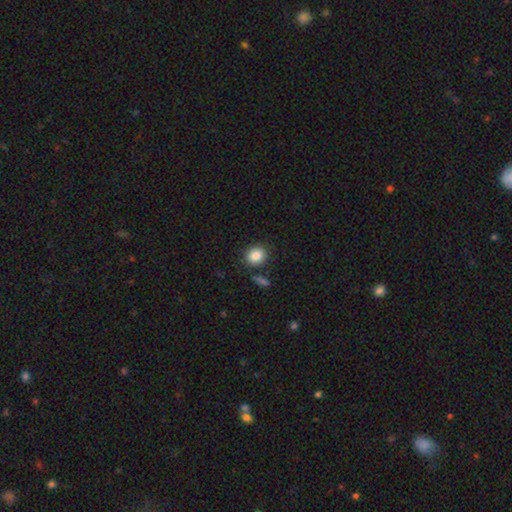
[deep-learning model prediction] This appears to be a smooth galaxy with no disk features (87%) that is round (66%). Merging: none (82%).